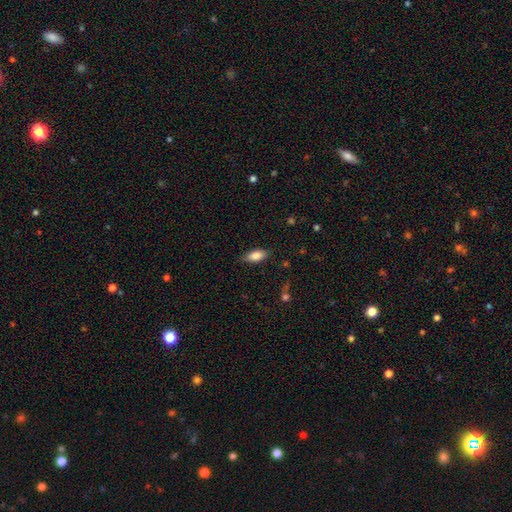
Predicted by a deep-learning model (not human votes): Smooth or featured: smooth — 81% (featured or disk — 12%)
How rounded: in between — 84% (cigar-shaped — 13%)
Merging: none — 80% (minor disturbance — 16%)